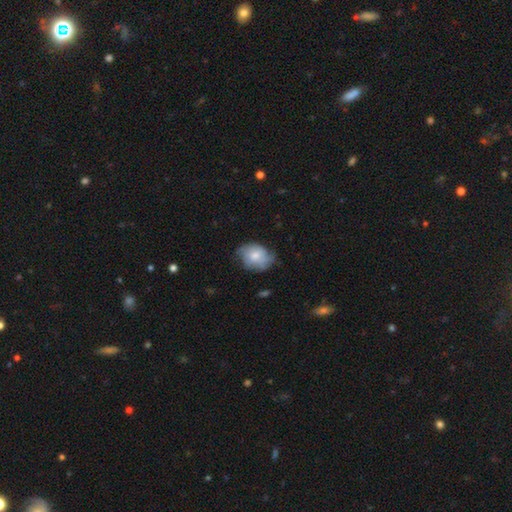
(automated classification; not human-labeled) Q: Smooth or featured?
A: smooth (58%); runner-up: featured or disk (35%)
Q: How rounded?
A: in between (61%); runner-up: round (38%)
Q: Merging?
A: none (57%); runner-up: minor disturbance (33%)